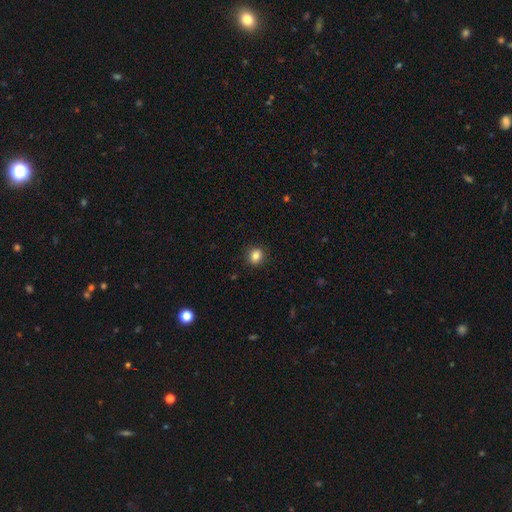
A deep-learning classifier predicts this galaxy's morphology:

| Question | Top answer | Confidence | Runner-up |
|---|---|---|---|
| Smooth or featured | smooth | 85% | star or artifact (10%) |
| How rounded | round | 70% | in between (29%) |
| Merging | none | 90% | minor disturbance (7%) |